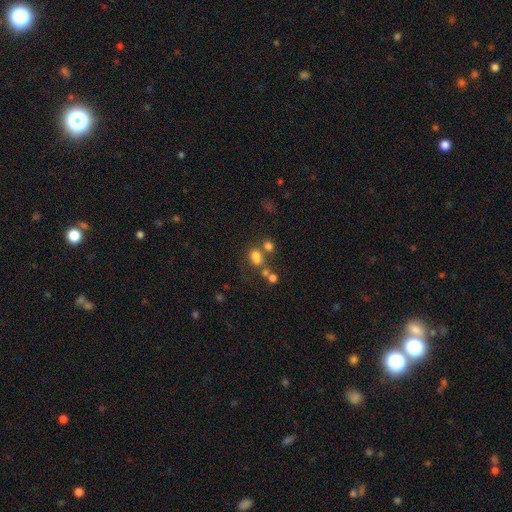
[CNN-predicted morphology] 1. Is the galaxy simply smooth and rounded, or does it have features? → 68% smooth, 18% star or artifact, 14% featured or disk.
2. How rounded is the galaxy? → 52% round, 47% in between, 1% cigar-shaped.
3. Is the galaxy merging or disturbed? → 41% none, 36% merger, 13% minor disturbance, 10% major disturbance.